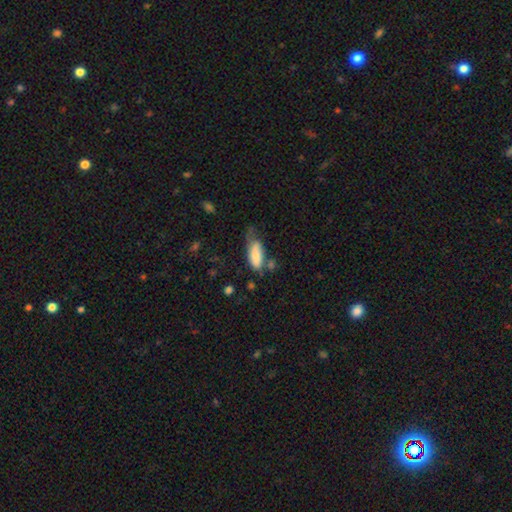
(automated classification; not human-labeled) A smooth galaxy with no disk features (81%) that is in between round and cigar-shaped (81%). Merging: minor disturbance (36%).